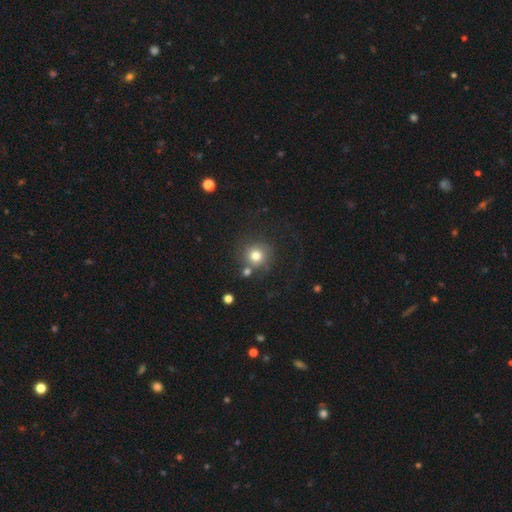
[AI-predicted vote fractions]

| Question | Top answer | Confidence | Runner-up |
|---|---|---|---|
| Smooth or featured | smooth | 77% | star or artifact (13%) |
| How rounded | round | 92% | in between (7%) |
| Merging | none | 70% | minor disturbance (12%) |